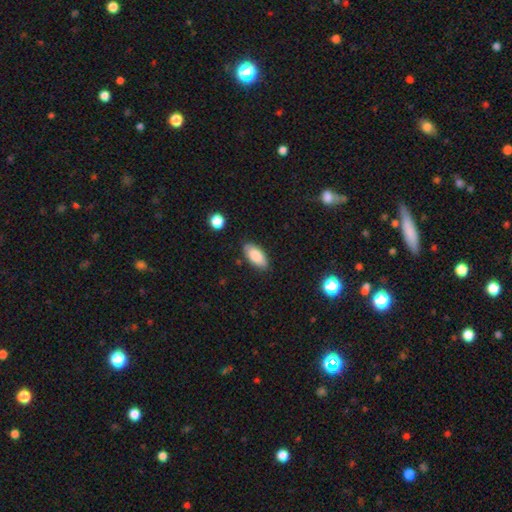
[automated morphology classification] The model was most divided on "merging": none: 84%, minor disturbance: 12%, major disturbance: 2%, merger: 2%. More confident: how rounded — in between (90%); smooth or featured — smooth (86%).